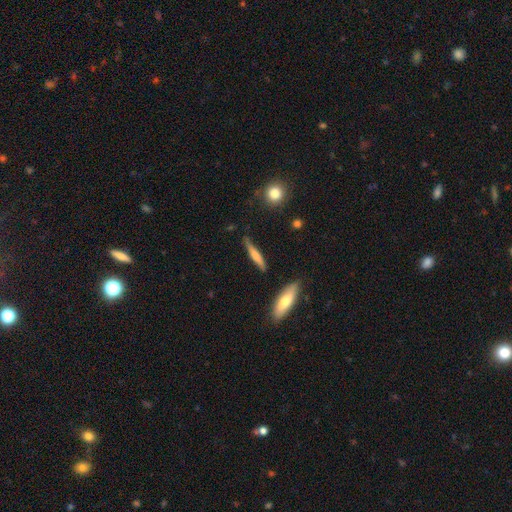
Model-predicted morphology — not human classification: This is possibly a smooth galaxy (56%). How rounded: clearly cigar-shaped (87%). Merging: likely none (76%).